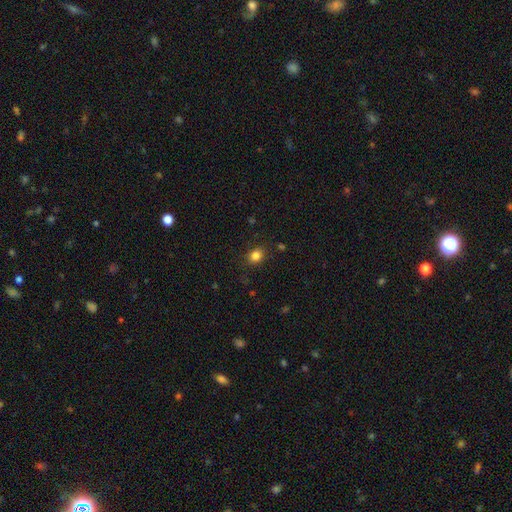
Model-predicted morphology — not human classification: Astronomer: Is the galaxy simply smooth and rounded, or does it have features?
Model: smooth — 83%.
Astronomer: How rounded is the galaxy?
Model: round — 67%.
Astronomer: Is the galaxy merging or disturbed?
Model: none — 87%.